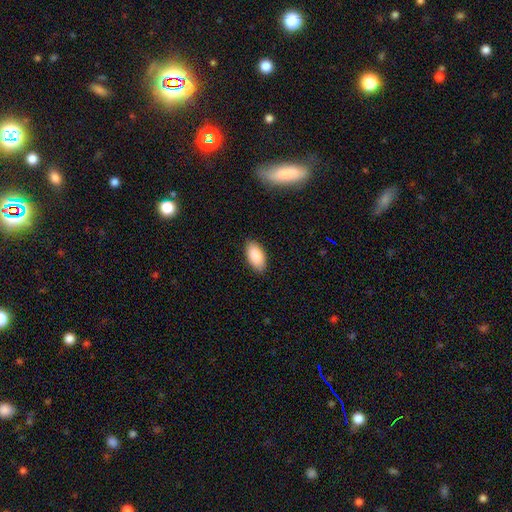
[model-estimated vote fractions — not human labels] A smooth galaxy with no disk features (89%) that is in between round and cigar-shaped (95%). Merging: none (88%).